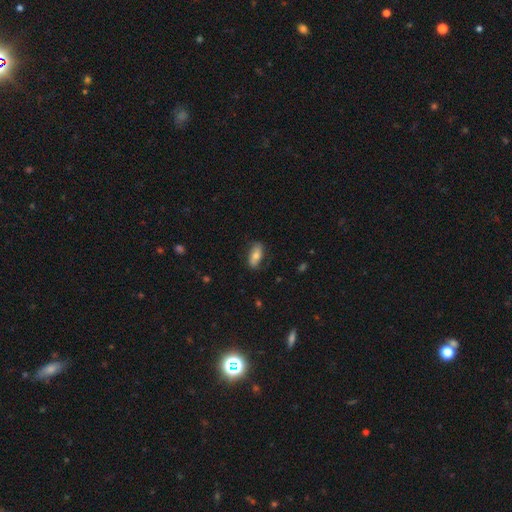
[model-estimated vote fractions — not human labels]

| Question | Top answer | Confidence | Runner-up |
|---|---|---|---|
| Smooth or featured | smooth | 66% | featured or disk (27%) |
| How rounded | in between | 84% | cigar-shaped (12%) |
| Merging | none | 75% | minor disturbance (19%) |